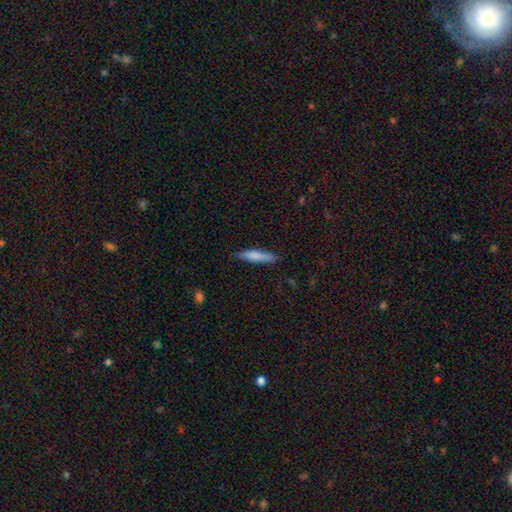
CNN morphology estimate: Smooth or featured? smooth (78%)
How rounded? cigar-shaped (86%)
Merging? none (82%)